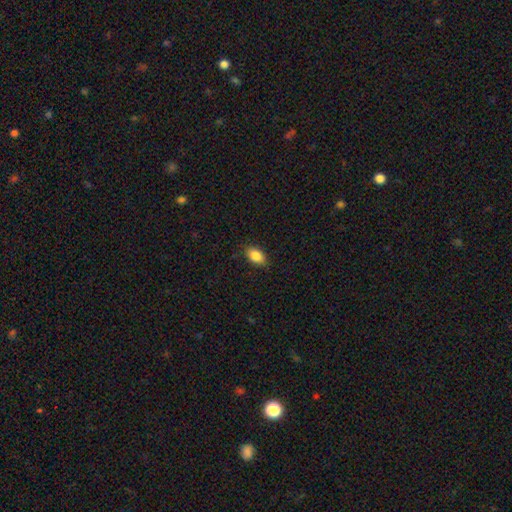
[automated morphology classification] Smooth or featured? smooth (87%)
How rounded? in between (90%)
Merging? none (87%)